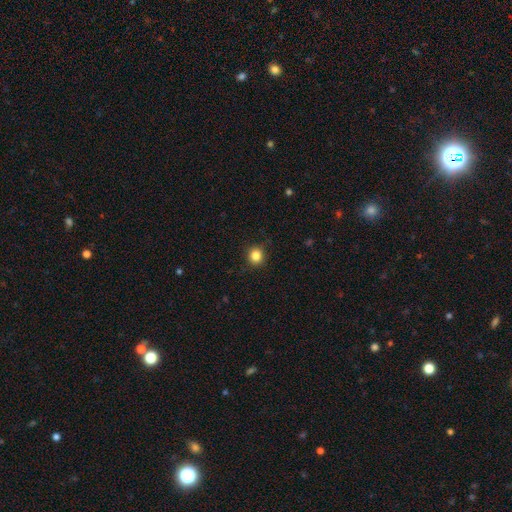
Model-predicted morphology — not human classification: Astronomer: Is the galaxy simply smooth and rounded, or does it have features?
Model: smooth — 84%.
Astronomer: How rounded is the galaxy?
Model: round — 89%.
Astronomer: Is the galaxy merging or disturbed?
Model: none — 89%.